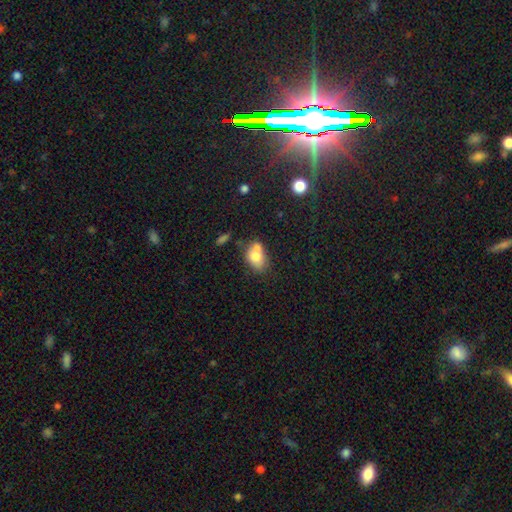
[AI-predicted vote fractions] Morphology: type=smooth (72%); roundness=in between (74%); merging=merger (39%).